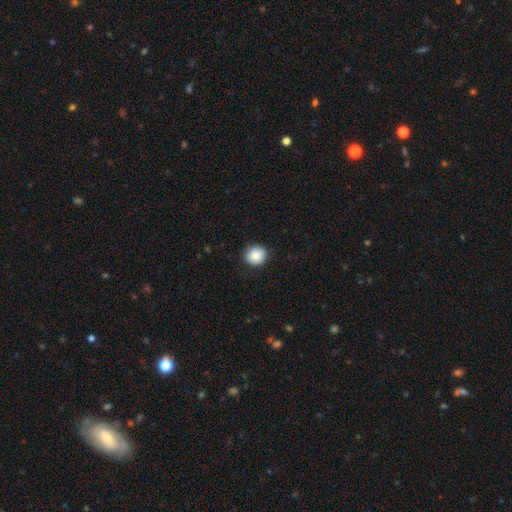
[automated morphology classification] This appears to be a smooth galaxy with no disk features (86%) that is round (89%). Merging: none (88%).